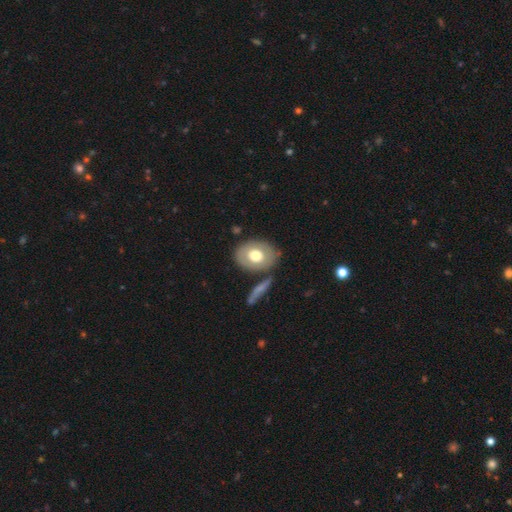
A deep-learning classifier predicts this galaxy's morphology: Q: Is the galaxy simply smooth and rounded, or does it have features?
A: smooth — 62%.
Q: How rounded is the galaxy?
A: in between — 70%.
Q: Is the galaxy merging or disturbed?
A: none — 76%.